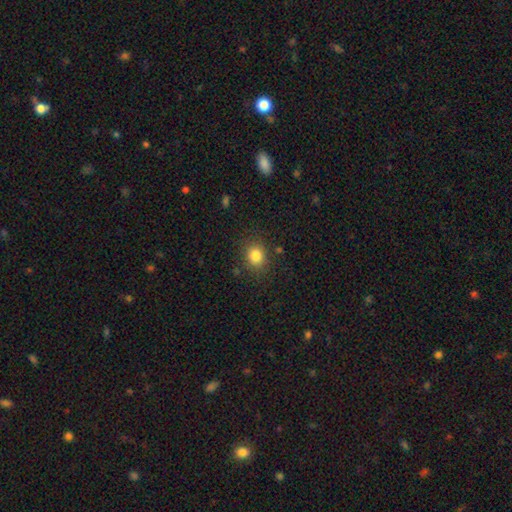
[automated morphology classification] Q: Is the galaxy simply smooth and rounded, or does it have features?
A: smooth — 83%.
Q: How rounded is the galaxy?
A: round — 68%.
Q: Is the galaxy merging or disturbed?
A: none — 84%.